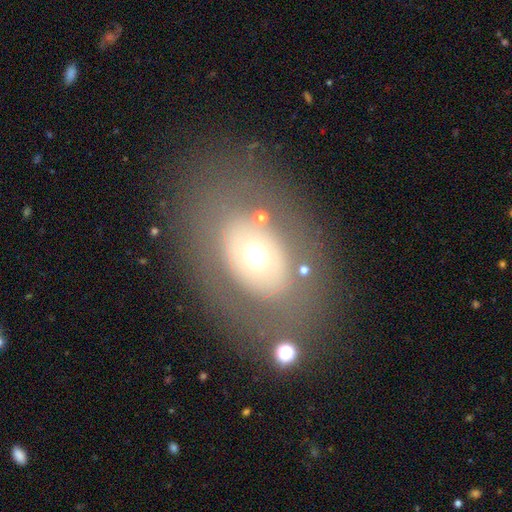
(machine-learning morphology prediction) Smooth or featured? Predicted: smooth (p=0.49). Merging? Predicted: none (p=0.76).